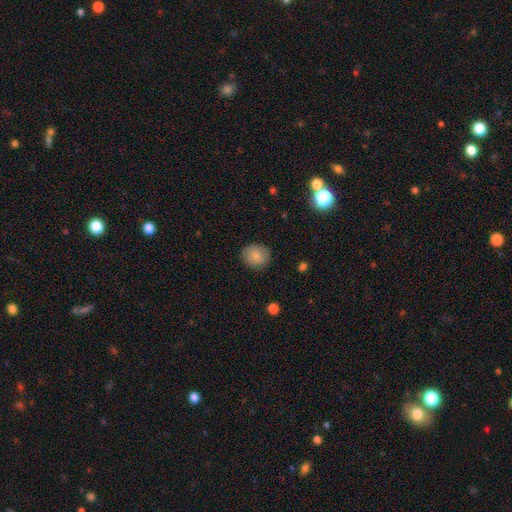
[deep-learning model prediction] Morphology: type=smooth (82%); roundness=round (79%); merging=none (86%).